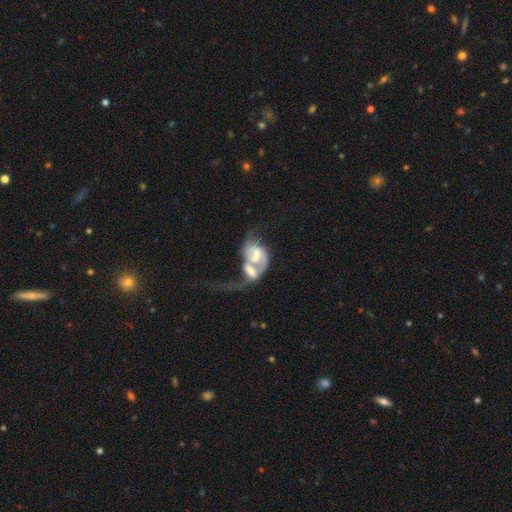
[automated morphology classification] smooth_or_featured: featured or disk (p=0.65) [alt: smooth p=0.27]
disk_edge_on: no (p=0.96) [alt: yes p=0.04]
bar: no (p=0.48) [alt: weak p=0.34]
has_spiral_arms: yes (p=0.71) [alt: no p=0.29]
bulge_size: moderate (p=0.43) [alt: small p=0.24]
merging: merger (p=0.72) [alt: major disturbance p=0.16]